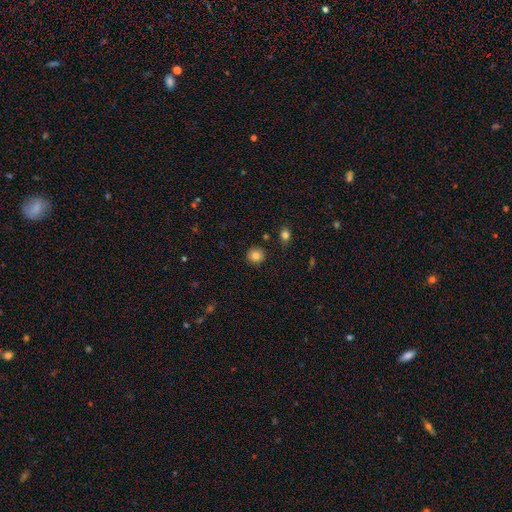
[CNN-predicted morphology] A smooth galaxy with no disk features (83%) that is round (90%). Merging: none (88%).